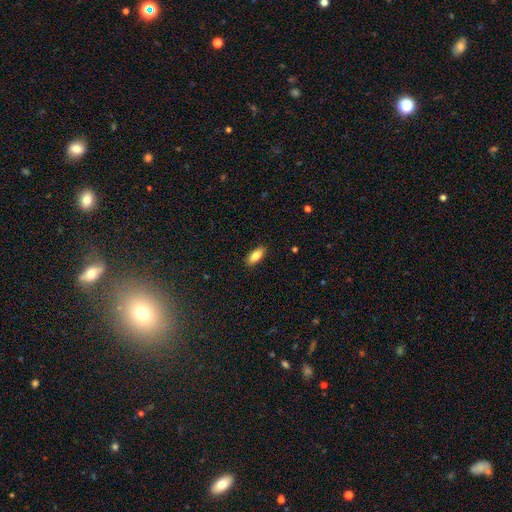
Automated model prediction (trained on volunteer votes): Morphology: type=smooth (84%); roundness=in between (84%); merging=none (88%).